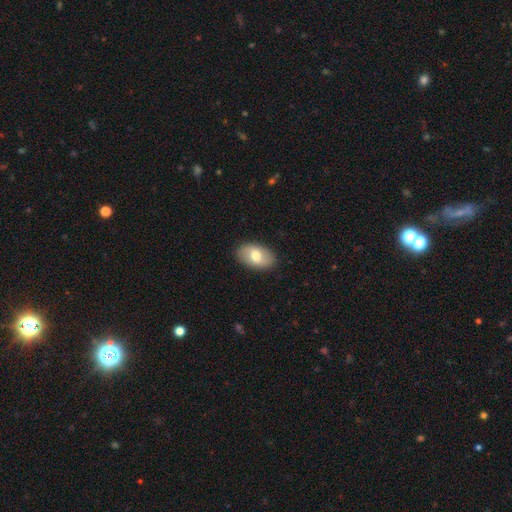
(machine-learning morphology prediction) Smooth or featured: smooth — 71% (featured or disk — 23%)
How rounded: in between — 91% (round — 7%)
Merging: none — 88% (minor disturbance — 9%)